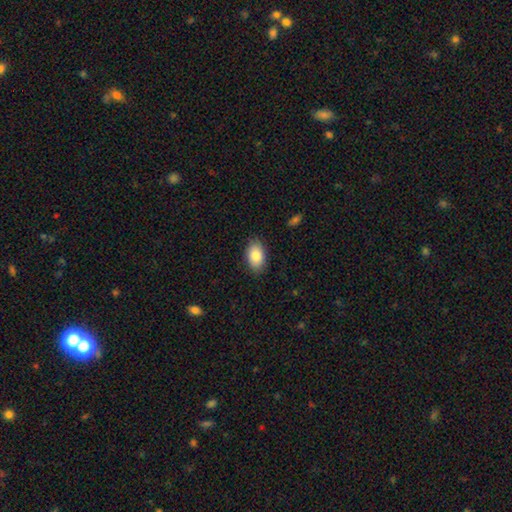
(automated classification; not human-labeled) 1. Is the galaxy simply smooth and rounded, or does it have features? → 85% smooth, 8% featured or disk, 7% star or artifact.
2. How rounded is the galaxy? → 90% in between, 8% round, 1% cigar-shaped.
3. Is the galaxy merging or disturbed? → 87% none, 10% minor disturbance, 2% major disturbance, 1% merger.